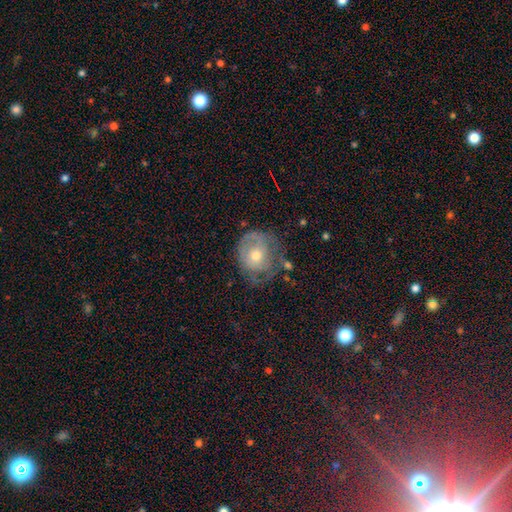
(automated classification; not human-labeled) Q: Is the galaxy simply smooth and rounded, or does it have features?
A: featured or disk — 54%.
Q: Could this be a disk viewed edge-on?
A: no — 96%.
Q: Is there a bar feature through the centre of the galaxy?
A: no — 82%.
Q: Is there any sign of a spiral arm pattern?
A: yes — 57%.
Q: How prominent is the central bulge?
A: moderate — 61%.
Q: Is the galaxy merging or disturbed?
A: none — 50%.